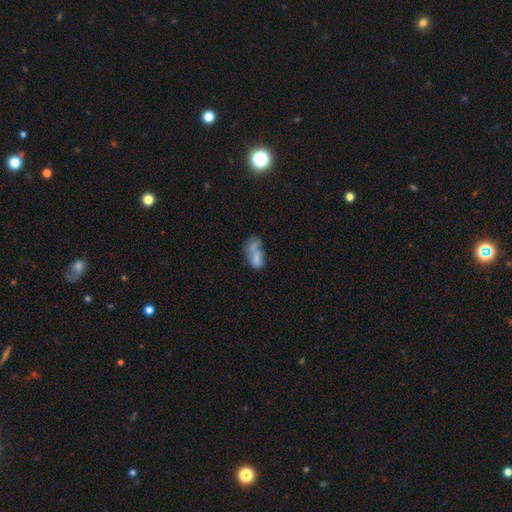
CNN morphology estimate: smooth_or_featured: smooth (p=0.64) [alt: featured or disk p=0.26]
how_rounded: in between (p=0.88) [alt: round p=0.08]
merging: merger (p=0.43) [alt: none p=0.22]